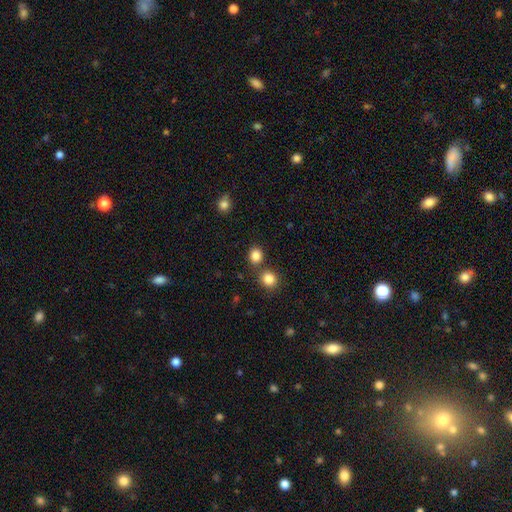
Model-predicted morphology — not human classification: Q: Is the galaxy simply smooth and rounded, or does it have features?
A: smooth — 84%.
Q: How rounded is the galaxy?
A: round — 74%.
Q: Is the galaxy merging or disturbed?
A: none — 73%.